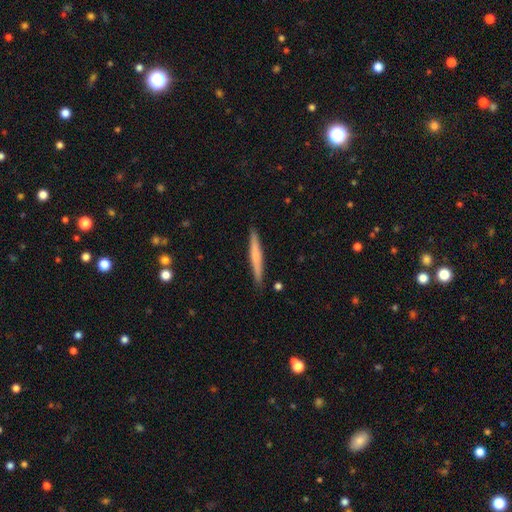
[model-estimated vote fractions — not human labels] A smooth galaxy with no disk features (55%) that is cigar-shaped (96%).

Vote fractions:
- Smooth or featured? smooth: 55% / featured or disk: 39% / star or artifact: 6%
- How rounded? cigar-shaped: 96% / in between: 3% / round: 1%
- Merging? none: 89% / minor disturbance: 8% / major disturbance: 1% / merger: 1%